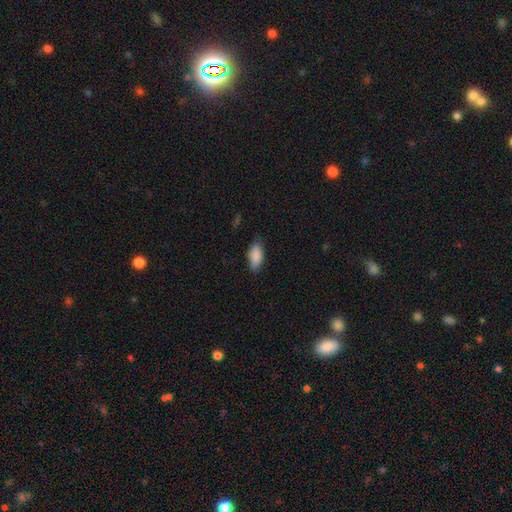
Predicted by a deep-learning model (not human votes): A smooth galaxy with no disk features (87%) that is in between round and cigar-shaped (87%). Merging: none (75%).